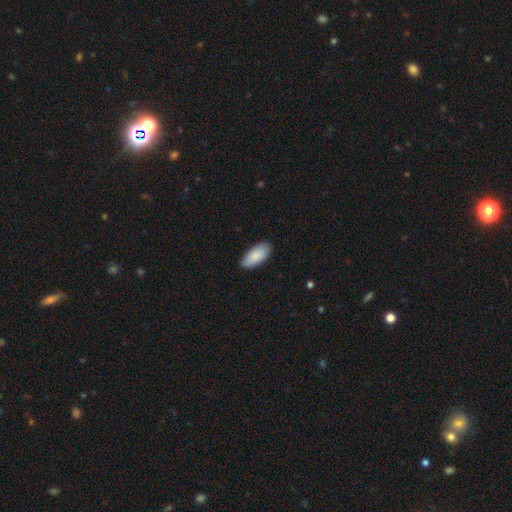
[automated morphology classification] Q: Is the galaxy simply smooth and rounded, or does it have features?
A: smooth — 86%.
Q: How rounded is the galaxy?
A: in between — 91%.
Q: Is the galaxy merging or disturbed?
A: none — 84%.